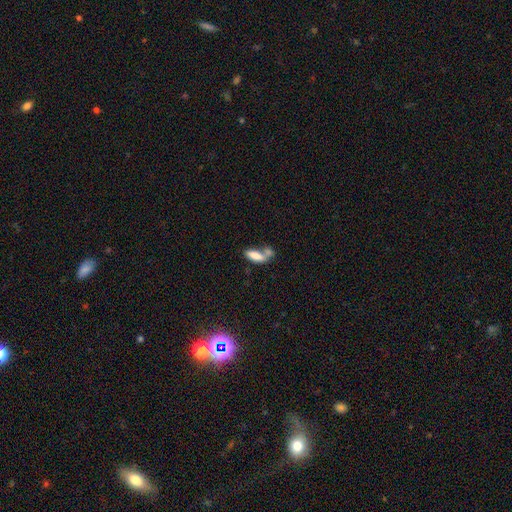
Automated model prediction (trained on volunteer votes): Smooth or featured? Predicted: smooth (p=0.78). How rounded? Predicted: in between (p=0.70). Merging? Predicted: merger (p=0.51).